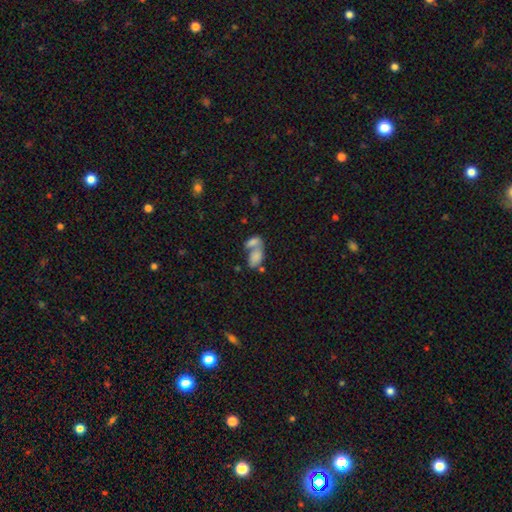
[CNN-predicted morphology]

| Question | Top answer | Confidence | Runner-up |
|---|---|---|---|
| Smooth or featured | smooth | 75% | featured or disk (16%) |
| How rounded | in between | 90% | round (7%) |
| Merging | merger | 68% | none (19%) |